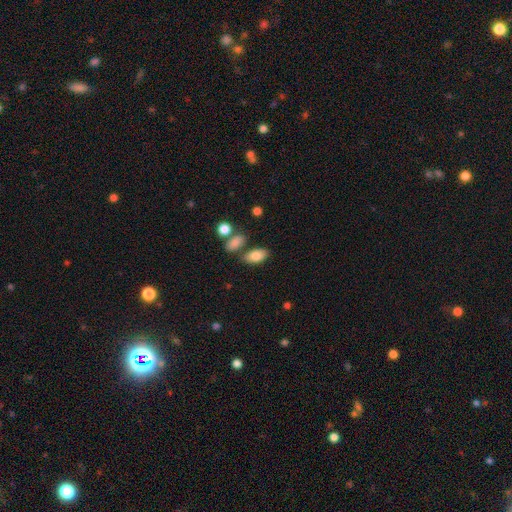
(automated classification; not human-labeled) Smooth or featured? smooth (83%)
How rounded? in between (91%)
Merging? none (69%)